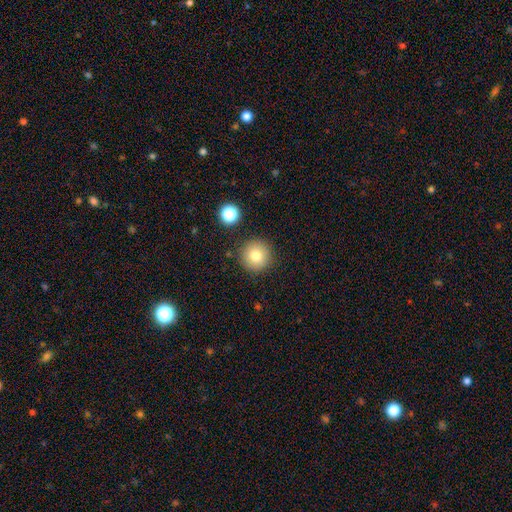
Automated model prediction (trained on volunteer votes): Smooth or featured? smooth (79%)
How rounded? round (96%)
Merging? none (87%)